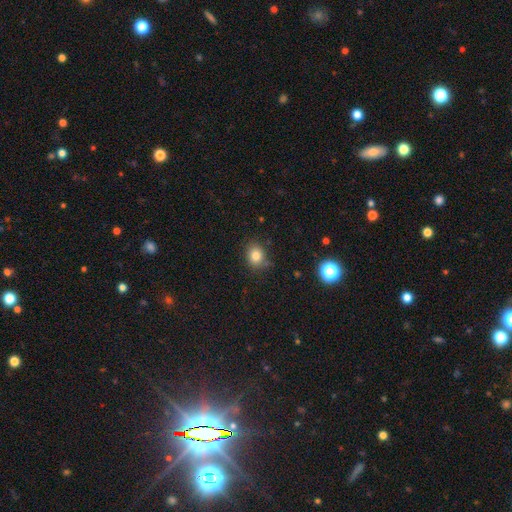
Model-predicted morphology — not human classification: Smooth or featured? Predicted: smooth (p=0.82). How rounded? Predicted: round (p=0.64). Merging? Predicted: none (p=0.79).